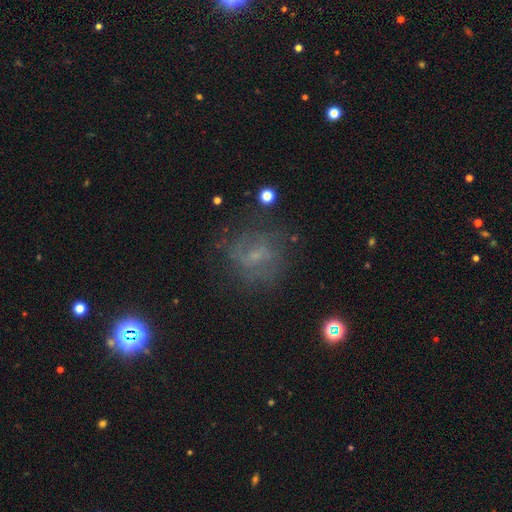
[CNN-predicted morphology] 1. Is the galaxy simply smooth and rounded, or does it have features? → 47% featured or disk, 33% smooth, 20% star or artifact.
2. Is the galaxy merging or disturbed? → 67% none, 18% minor disturbance, 14% major disturbance, 2% merger.